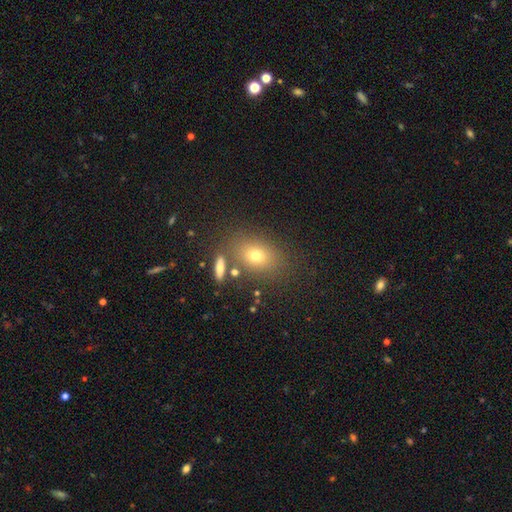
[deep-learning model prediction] Smooth or featured?
  - smooth: 71% *
  - star or artifact: 15%
  - featured or disk: 14%
How rounded?
  - in between: 68% *
  - round: 30%
  - cigar-shaped: 3%
Merging?
  - none: 75% *
  - minor disturbance: 11%
  - merger: 9%
  - major disturbance: 5%